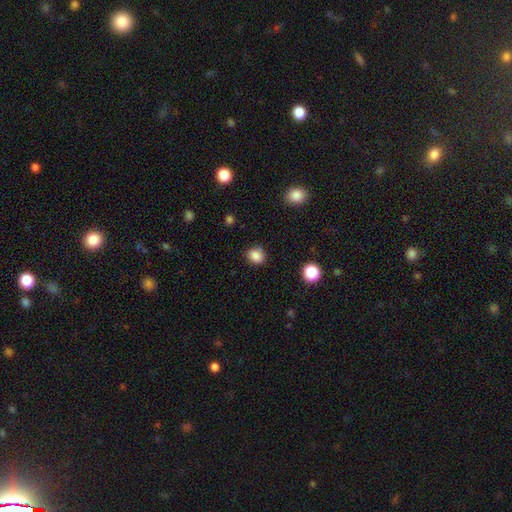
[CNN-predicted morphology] Smooth or featured? Predicted: smooth (p=0.85). How rounded? Predicted: round (p=0.69). Merging? Predicted: none (p=0.82).